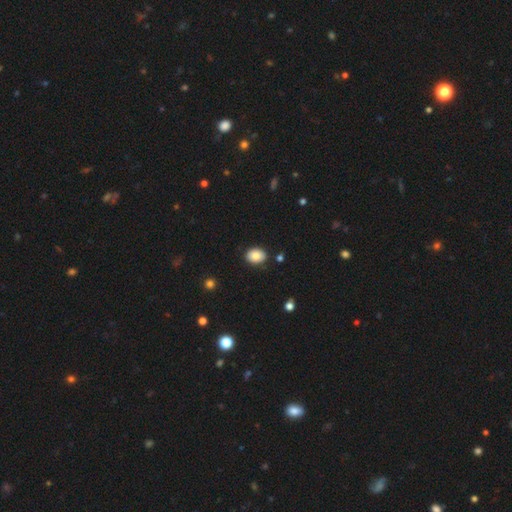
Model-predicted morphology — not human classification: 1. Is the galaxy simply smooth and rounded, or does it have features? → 84% smooth, 9% star or artifact, 7% featured or disk.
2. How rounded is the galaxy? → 62% in between, 38% round, 1% cigar-shaped.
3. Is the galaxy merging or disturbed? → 86% none, 10% minor disturbance, 2% merger, 2% major disturbance.